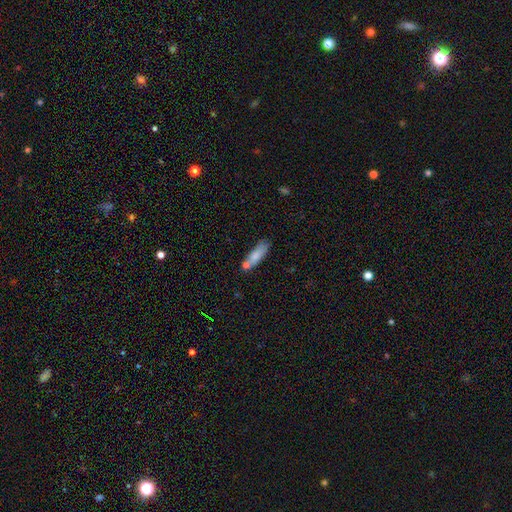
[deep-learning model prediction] smooth-or-featured: smooth: 77% | featured or disk: 16% | star or artifact: 7%
  how-rounded: cigar-shaped: 56% | in between: 42% | round: 2%
  merging: none: 54% | merger: 21% | minor disturbance: 20% | major disturbance: 5%